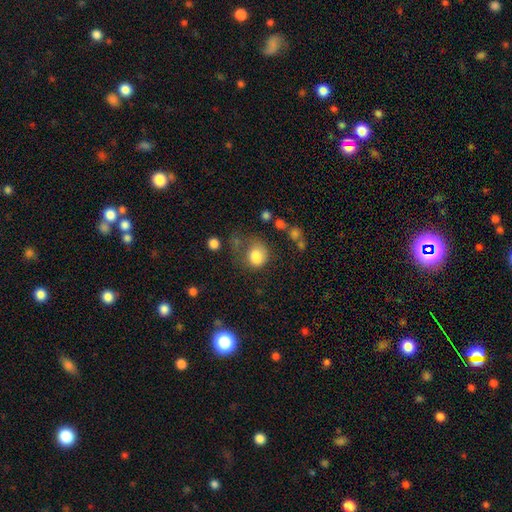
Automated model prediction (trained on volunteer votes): smooth_or_featured: smooth (p=0.80) [alt: featured or disk p=0.10]
how_rounded: round (p=0.64) [alt: in between p=0.35]
merging: none (p=0.40) [alt: major disturbance p=0.27]